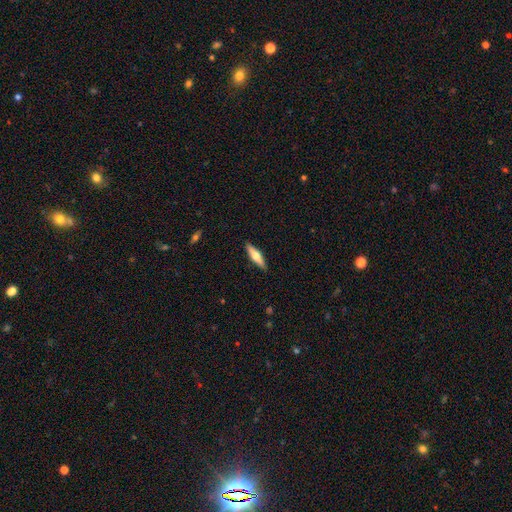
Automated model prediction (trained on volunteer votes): This is possibly a featured or disk galaxy (48%). Merging: clearly none (90%).